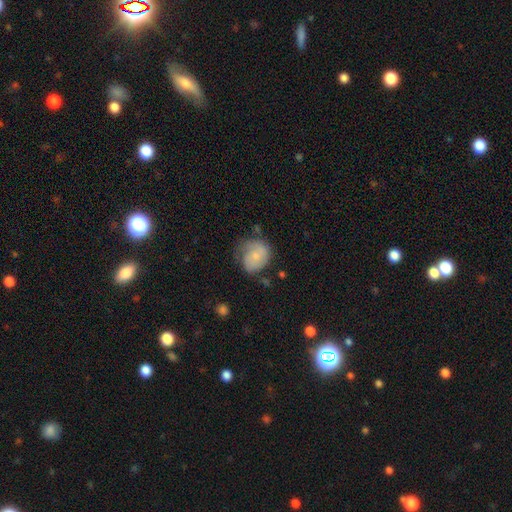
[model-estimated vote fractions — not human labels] smooth 53%, featured or disk 40%, star or artifact 7%. Down the decision tree: how rounded — round (61%); merging — none (47%).